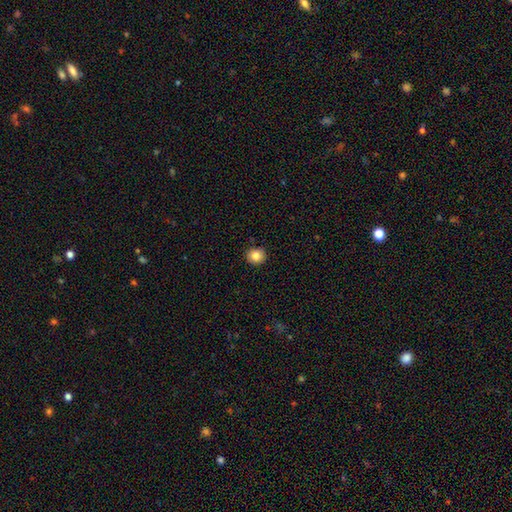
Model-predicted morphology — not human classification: Overall: smooth (83%). How rounded: round (87%). Merging: none (90%).